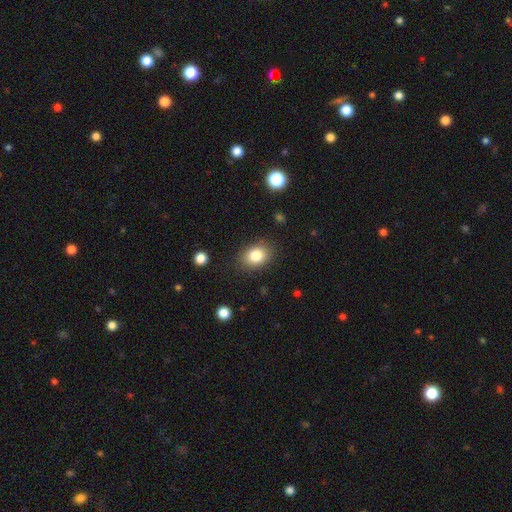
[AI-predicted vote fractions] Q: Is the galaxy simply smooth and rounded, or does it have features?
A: smooth — 82%.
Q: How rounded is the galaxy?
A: in between — 61%.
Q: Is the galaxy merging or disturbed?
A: none — 85%.